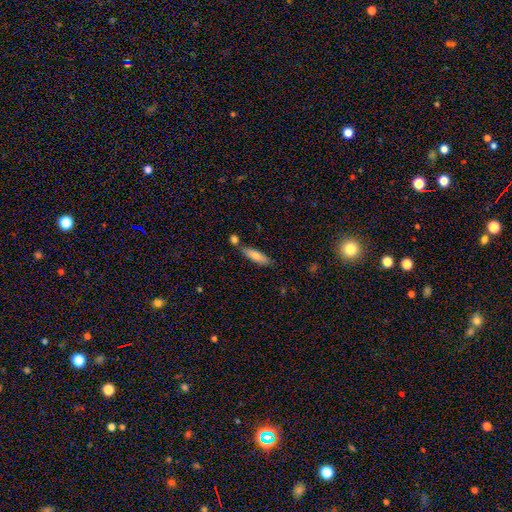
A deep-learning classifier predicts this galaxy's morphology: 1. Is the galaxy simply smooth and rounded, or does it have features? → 74% smooth, 19% featured or disk, 6% star or artifact.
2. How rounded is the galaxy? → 59% cigar-shaped, 39% in between, 2% round.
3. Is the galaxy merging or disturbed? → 72% none, 14% minor disturbance, 11% merger, 3% major disturbance.